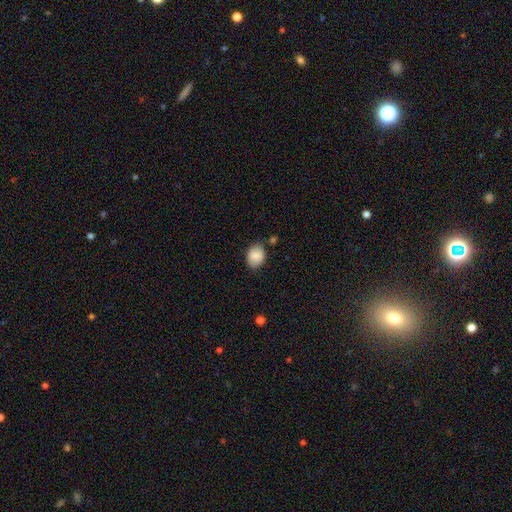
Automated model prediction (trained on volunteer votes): Overall: smooth (86%). How rounded: in between (70%). Merging: none (76%).